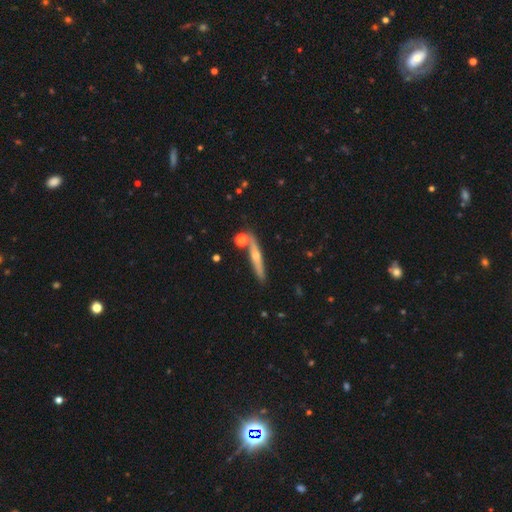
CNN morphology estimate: A featured or disk galaxy (61%) viewed edge-on (95%) with a rounded central bulge (83%). Merging: none (80%).